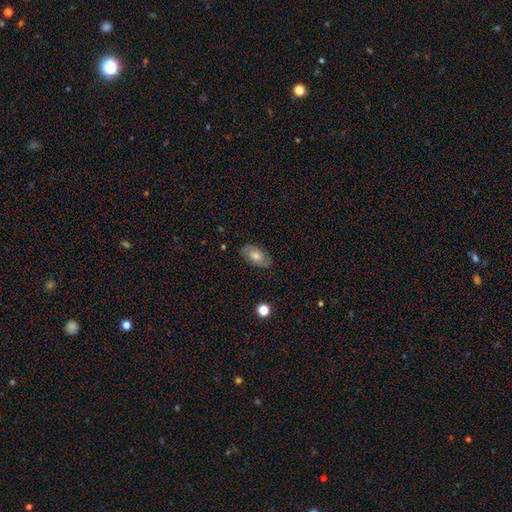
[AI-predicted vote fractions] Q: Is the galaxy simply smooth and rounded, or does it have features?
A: smooth — 54%.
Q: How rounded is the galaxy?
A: in between — 90%.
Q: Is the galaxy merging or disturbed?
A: none — 81%.